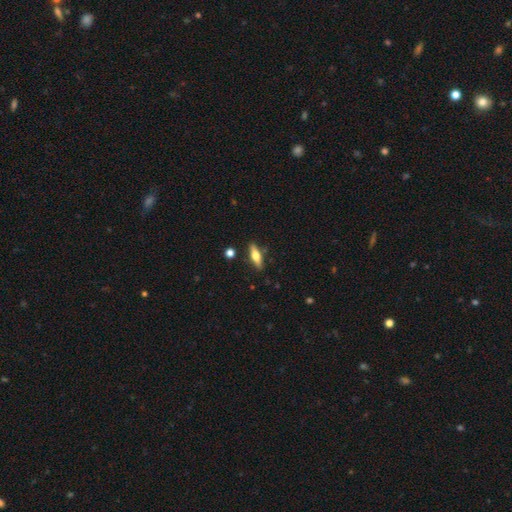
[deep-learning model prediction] Smooth or featured?
  - featured or disk: 49% *
  - smooth: 44%
  - star or artifact: 7%
Merging?
  - none: 85% *
  - minor disturbance: 10%
  - merger: 3%
  - major disturbance: 2%